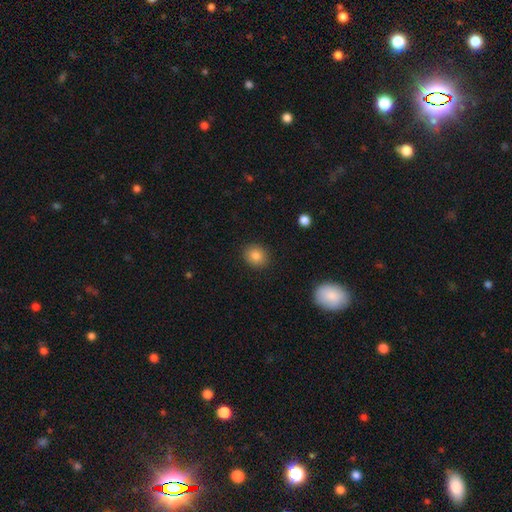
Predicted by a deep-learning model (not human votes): Overall: smooth (84%). How rounded: round (73%). Merging: none (89%).